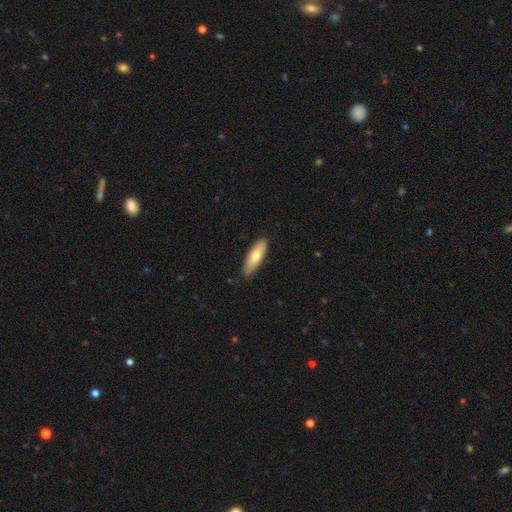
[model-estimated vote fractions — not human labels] Smooth or featured? smooth (68%)
How rounded? in between (53%)
Merging? none (84%)